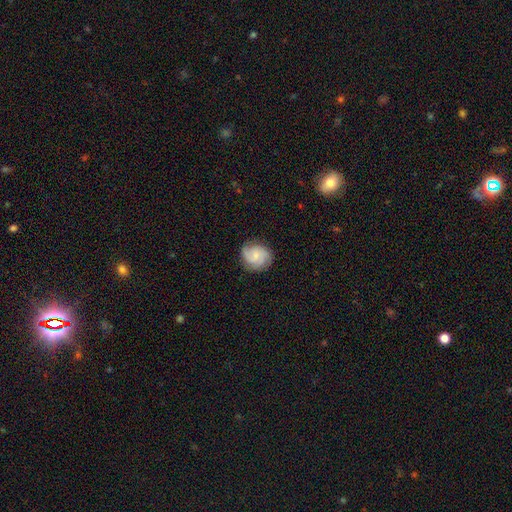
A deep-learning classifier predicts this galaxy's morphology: Smooth or featured? featured or disk (57%)
Edge-on disk? no (98%)
Bar? no (68%)
Spiral arms? yes (94%)
Spiral winding? medium (43%)
Spiral arm count? 3 (35%)
Bulge size? small (62%)
Merging? none (79%)